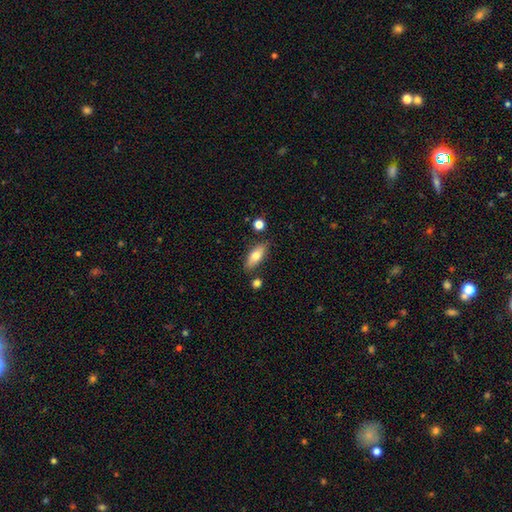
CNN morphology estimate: The model was most divided on "smooth or featured": smooth: 71%, featured or disk: 22%, star or artifact: 7%. More confident: merging — none (79%); how rounded — in between (75%).